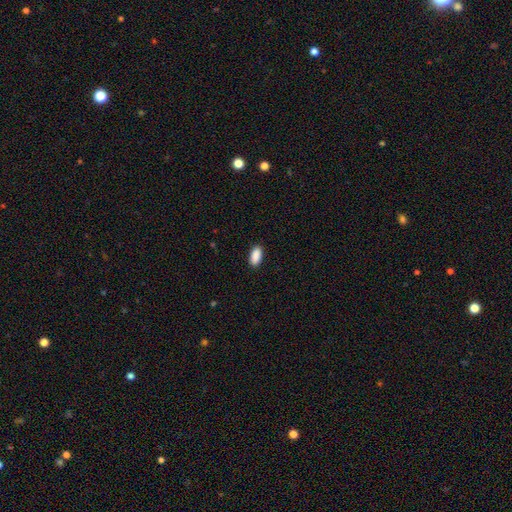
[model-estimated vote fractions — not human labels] Smooth or featured? smooth (90%)
How rounded? in between (91%)
Merging? none (89%)